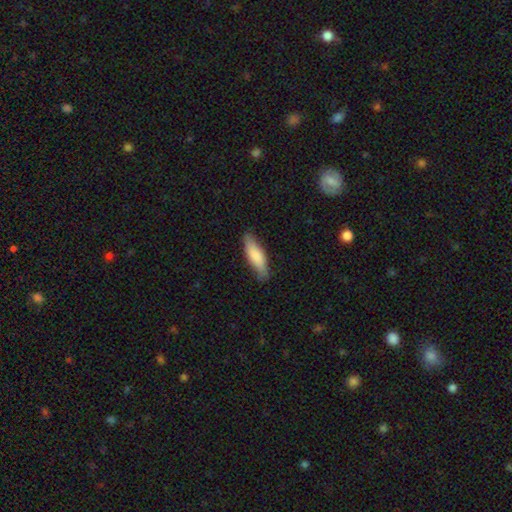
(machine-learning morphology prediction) A smooth galaxy with no disk features (77%) that is cigar-shaped (52%). Merging: none (77%).